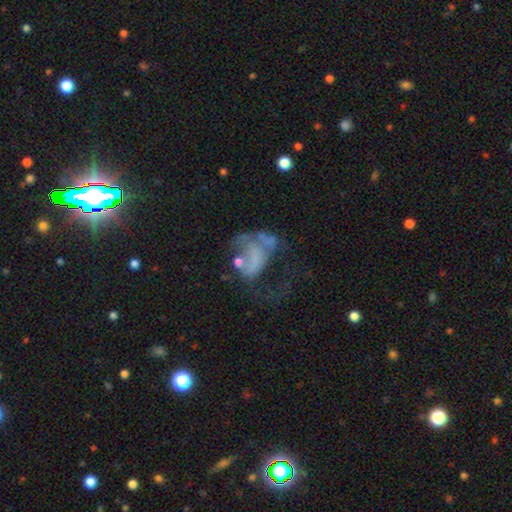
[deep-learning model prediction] smooth_or_featured: featured or disk (p=0.54) [alt: smooth p=0.32]
disk_edge_on: no (p=0.98) [alt: yes p=0.02]
bar: no (p=0.84) [alt: weak p=0.12]
has_spiral_arms: no (p=0.80) [alt: yes p=0.20]
bulge_size: none (p=0.70) [alt: small p=0.14]
merging: major disturbance (p=0.53) [alt: none p=0.17]